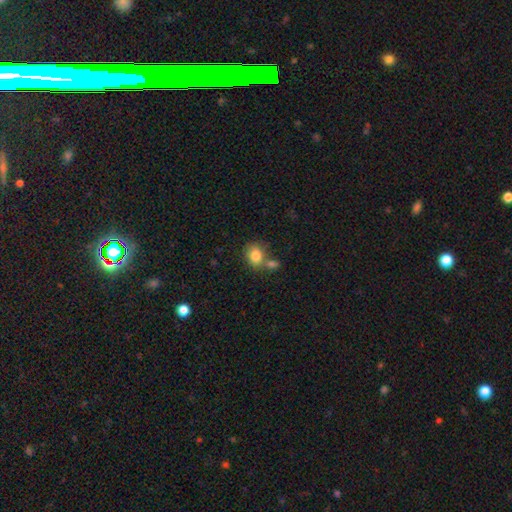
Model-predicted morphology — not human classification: smooth-or-featured: smooth: 83% | star or artifact: 9% | featured or disk: 9%
  how-rounded: round: 53% | in between: 46% | cigar-shaped: 1%
  merging: none: 51% | merger: 29% | minor disturbance: 15% | major disturbance: 5%